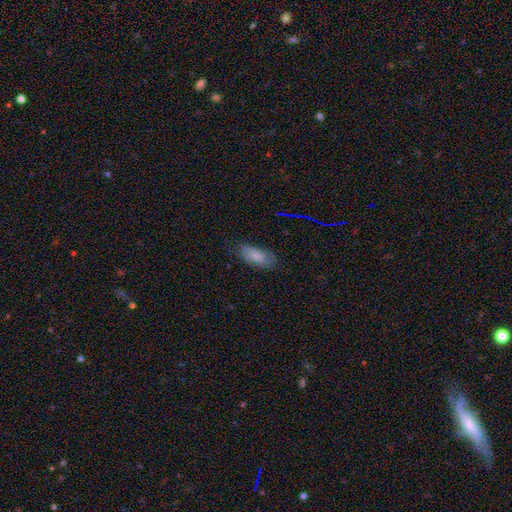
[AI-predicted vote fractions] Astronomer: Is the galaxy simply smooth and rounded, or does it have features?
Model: smooth — 81%.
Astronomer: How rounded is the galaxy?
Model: in between — 87%.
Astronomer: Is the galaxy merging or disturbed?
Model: none — 73%.